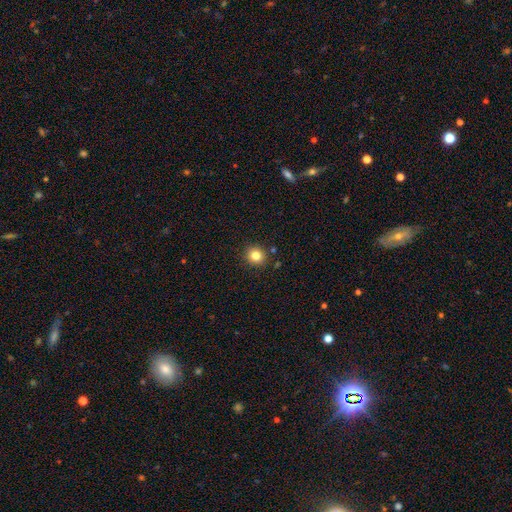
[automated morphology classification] type=smooth (82%); roundness=round (87%); merging=none (89%).